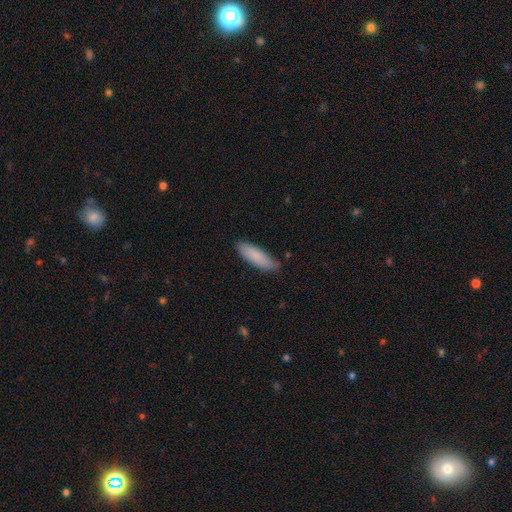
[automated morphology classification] type=smooth (85%); roundness=cigar-shaped (52%); merging=none (82%).